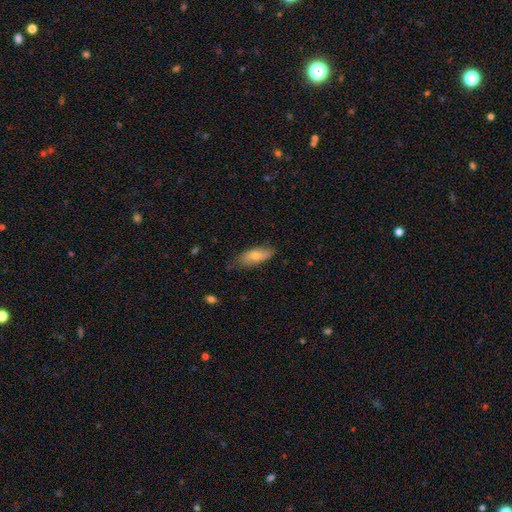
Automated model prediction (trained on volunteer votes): Overall: smooth (72%). How rounded: in between (76%). Merging: none (73%).